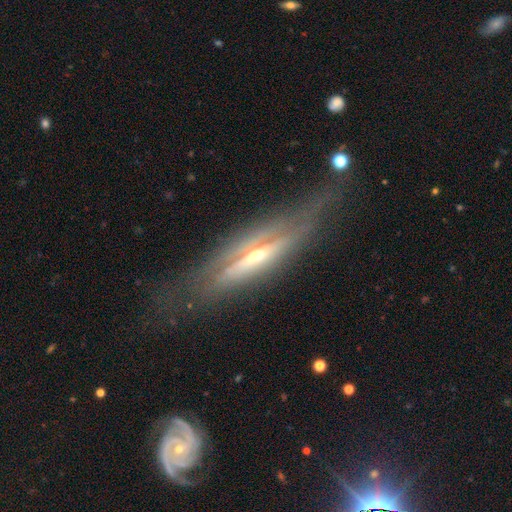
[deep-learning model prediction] Smooth or featured? featured or disk (74%)
Edge-on disk? yes (88%)
Edge-on bulge? rounded (77%)
Merging? none (62%)